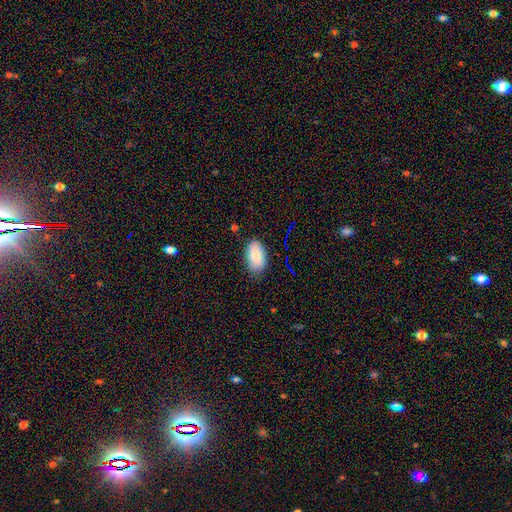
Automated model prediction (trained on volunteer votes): smooth_or_featured: smooth (p=0.84) [alt: featured or disk p=0.09]
how_rounded: in between (p=0.95) [alt: round p=0.03]
merging: none (p=0.80) [alt: minor disturbance p=0.16]